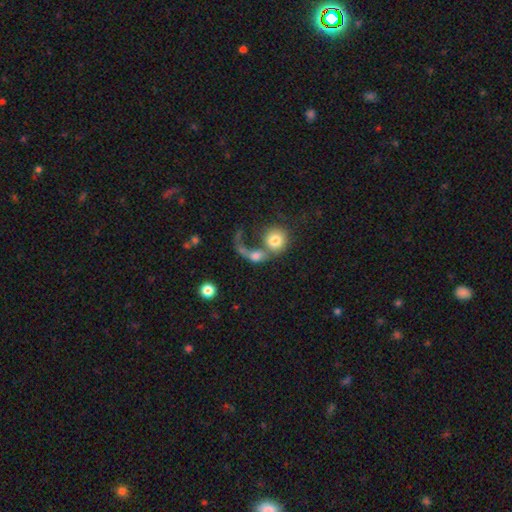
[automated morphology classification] smooth-or-featured: smooth: 60% | featured or disk: 30% | star or artifact: 11%
  how-rounded: round: 67% | in between: 29% | cigar-shaped: 4%
  merging: merger: 46% | major disturbance: 29% | none: 17% | minor disturbance: 8%